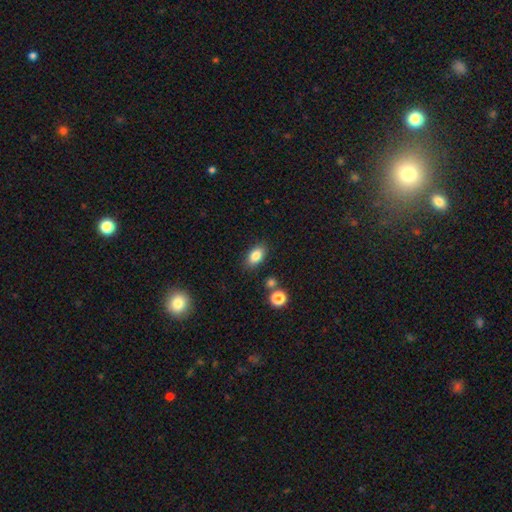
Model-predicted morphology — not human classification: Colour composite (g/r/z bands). It shows a smooth galaxy with no disk features (84%) that is in between round and cigar-shaped (87%). Merging: none (84%).